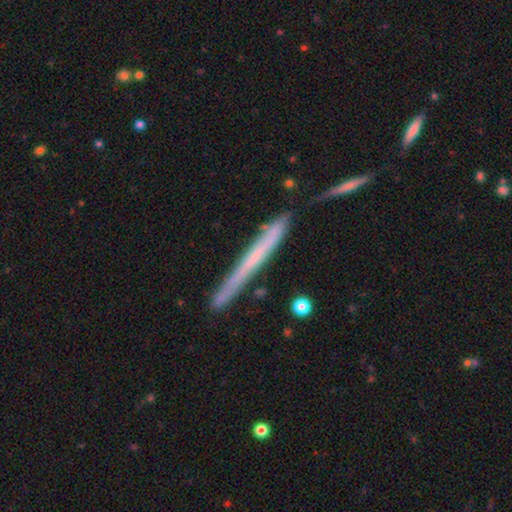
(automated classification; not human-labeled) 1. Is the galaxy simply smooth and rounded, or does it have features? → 50% featured or disk, 43% smooth, 7% star or artifact.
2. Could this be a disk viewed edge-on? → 94% yes, 6% no.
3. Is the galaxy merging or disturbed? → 78% none, 15% minor disturbance, 4% merger, 3% major disturbance.